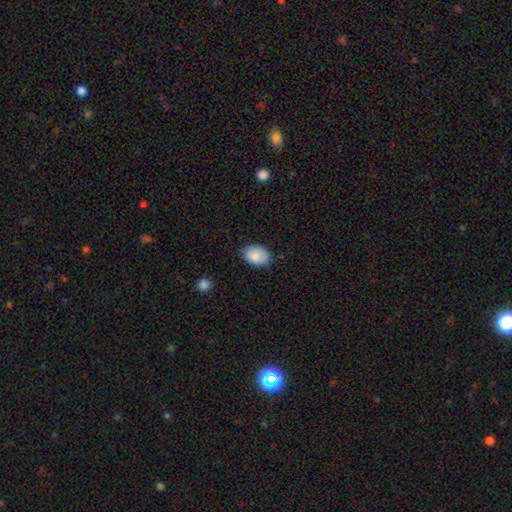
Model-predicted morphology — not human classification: Smooth or featured: smooth — 87% (star or artifact — 7%)
How rounded: in between — 82% (round — 17%)
Merging: none — 77% (minor disturbance — 18%)